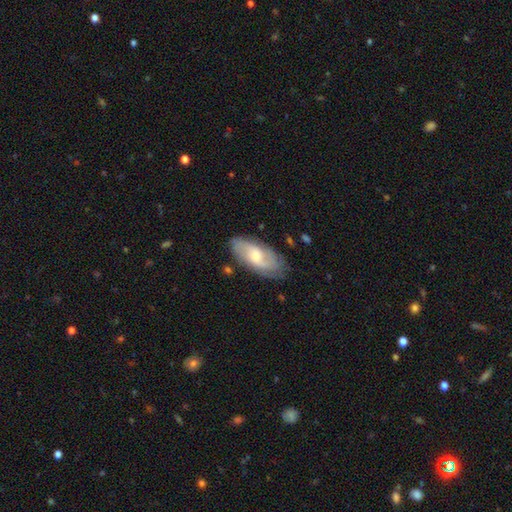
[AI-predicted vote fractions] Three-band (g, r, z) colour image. It shows a featured or disk galaxy (63%) with no bar (53%), spiral arms (87%) and a moderate central bulge (50%). Merging: none (74%).